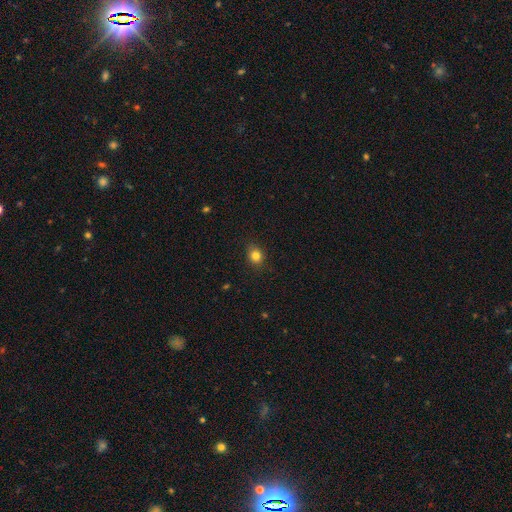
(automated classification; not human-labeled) Smooth or featured? smooth (81%)
How rounded? round (64%)
Merging? none (87%)